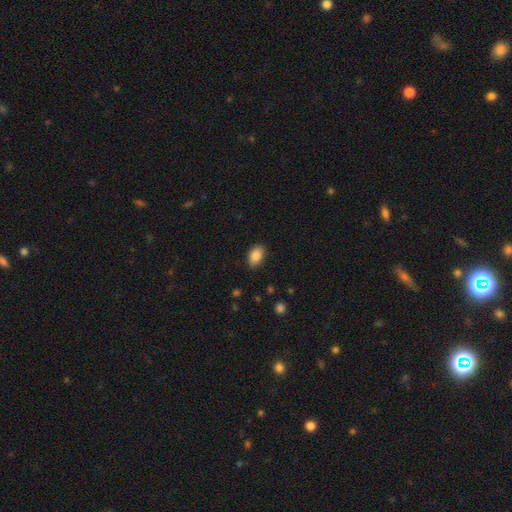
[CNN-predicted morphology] smooth_or_featured: smooth (p=0.87) [alt: star or artifact p=0.08]
how_rounded: in between (p=0.89) [alt: round p=0.10]
merging: none (p=0.84) [alt: minor disturbance p=0.12]